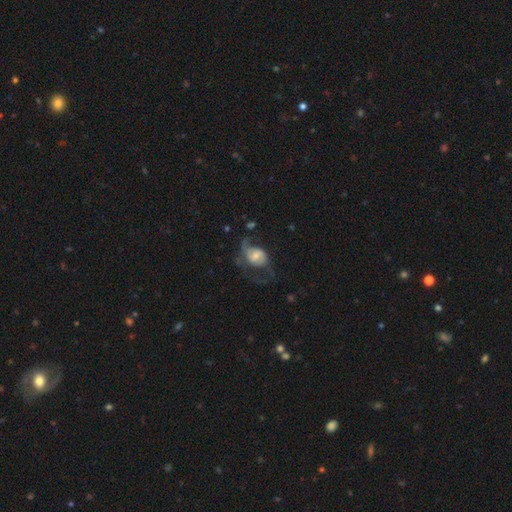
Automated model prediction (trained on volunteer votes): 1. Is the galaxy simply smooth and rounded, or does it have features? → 63% featured or disk, 29% smooth, 8% star or artifact.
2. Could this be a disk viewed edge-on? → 97% no, 3% yes.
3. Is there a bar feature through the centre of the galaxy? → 58% no, 34% weak, 8% strong.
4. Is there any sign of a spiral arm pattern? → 81% yes, 19% no.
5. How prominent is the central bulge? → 43% small, 38% moderate, 10% large, 6% none, 3% dominant.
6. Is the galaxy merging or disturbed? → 43% major disturbance, 35% none, 19% minor disturbance, 3% merger.